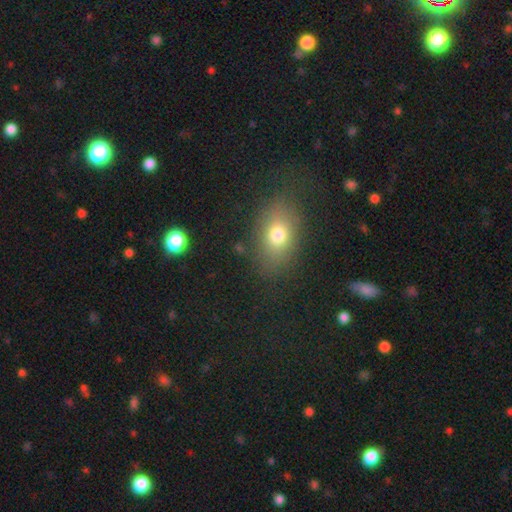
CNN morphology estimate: type=smooth (66%); roundness=in between (79%); merging=none (86%).